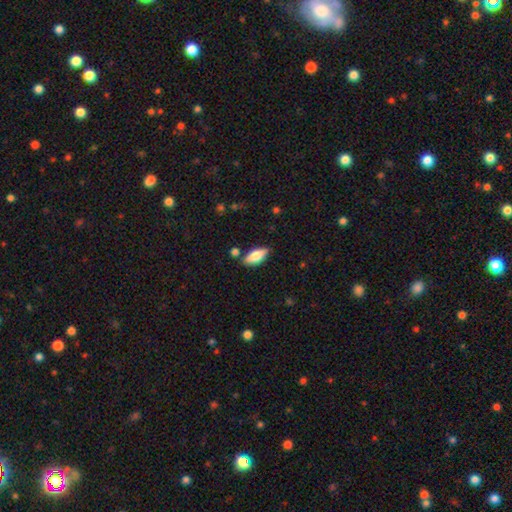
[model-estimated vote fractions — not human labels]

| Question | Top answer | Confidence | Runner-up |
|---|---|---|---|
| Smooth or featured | smooth | 68% | featured or disk (26%) |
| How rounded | in between | 79% | cigar-shaped (18%) |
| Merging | none | 81% | minor disturbance (12%) |